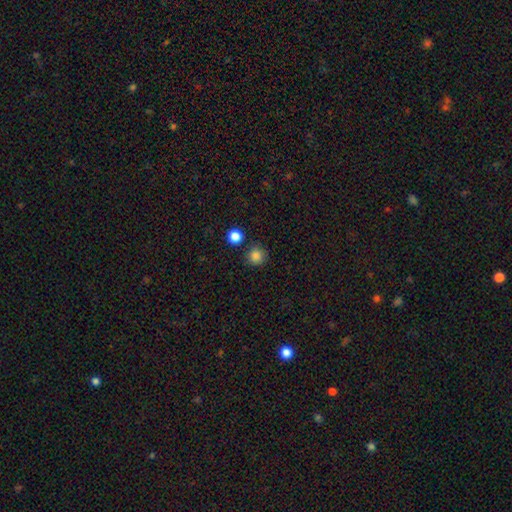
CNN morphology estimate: Smooth or featured? smooth (85%)
How rounded? round (94%)
Merging? none (86%)